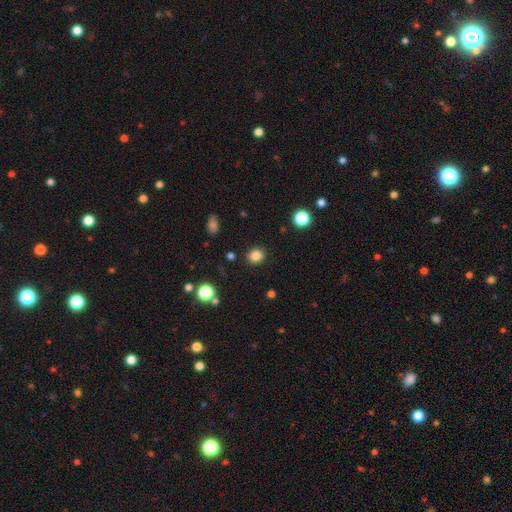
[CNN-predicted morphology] Q: Smooth or featured?
A: smooth (84%); runner-up: star or artifact (12%)
Q: How rounded?
A: round (83%); runner-up: in between (16%)
Q: Merging?
A: none (89%); runner-up: minor disturbance (6%)